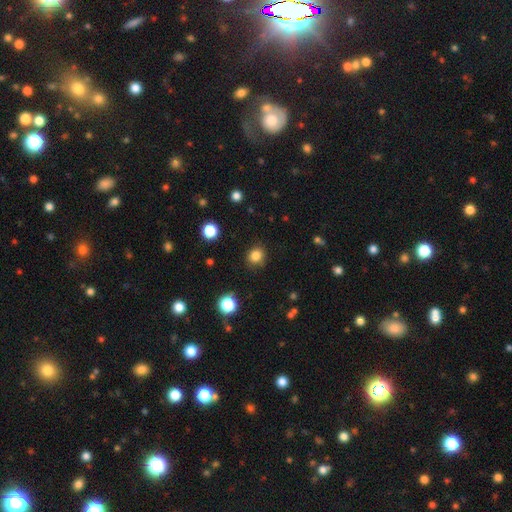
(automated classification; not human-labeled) smooth-or-featured: smooth: 84% | star or artifact: 12% | featured or disk: 4%
  how-rounded: round: 78% | in between: 21% | cigar-shaped: 1%
  merging: none: 86% | minor disturbance: 10% | major disturbance: 3% | merger: 1%